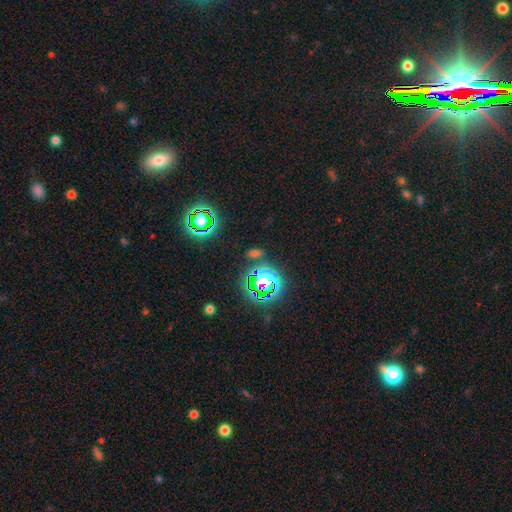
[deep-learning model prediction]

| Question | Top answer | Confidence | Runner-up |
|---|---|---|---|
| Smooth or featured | star or artifact | 73% | smooth (18%) |